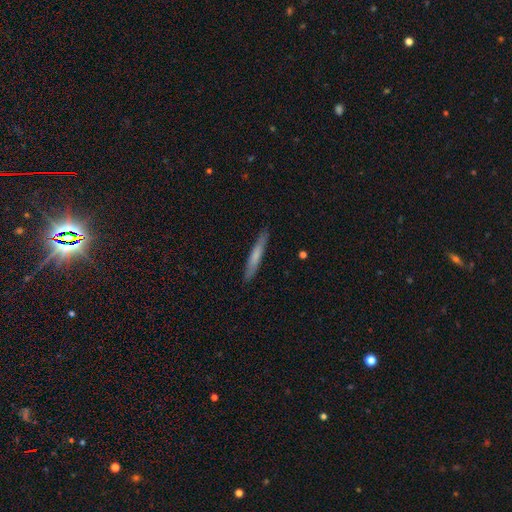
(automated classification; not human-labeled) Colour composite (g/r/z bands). It shows a smooth galaxy with no disk features (66%) that is cigar-shaped (95%). Merging: none (89%).